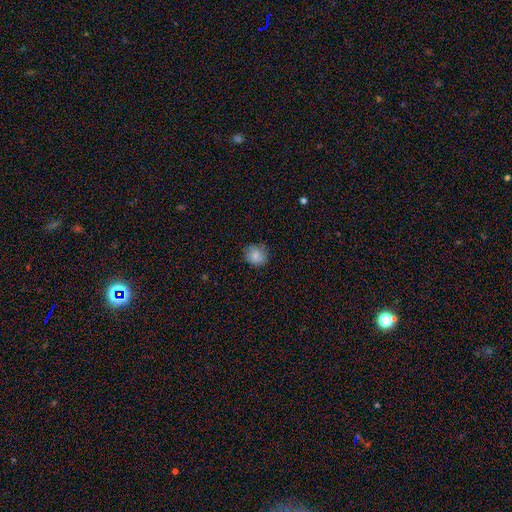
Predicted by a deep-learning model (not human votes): smooth 82%, featured or disk 10%, star or artifact 9%. Down the decision tree: how rounded — round (83%); merging — none (78%).